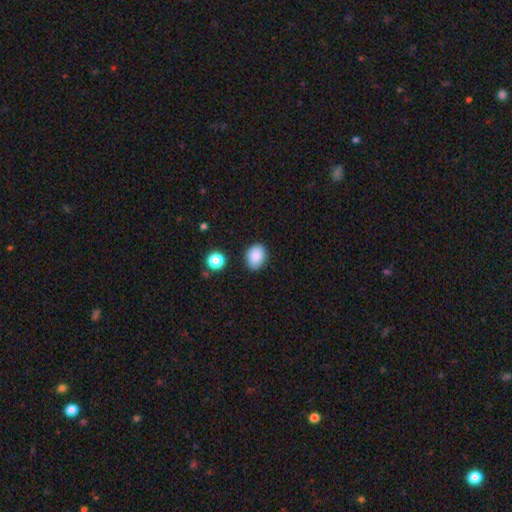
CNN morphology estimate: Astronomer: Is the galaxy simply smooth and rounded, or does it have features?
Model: smooth — 87%.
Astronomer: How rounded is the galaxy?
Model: in between — 72%.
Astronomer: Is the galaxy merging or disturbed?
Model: none — 83%.